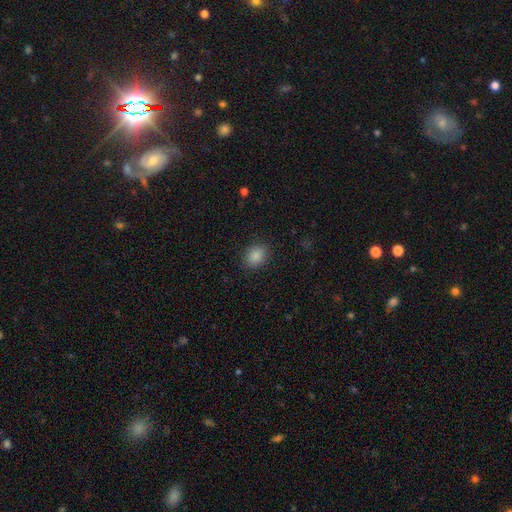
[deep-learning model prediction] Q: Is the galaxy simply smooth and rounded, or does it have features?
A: smooth — 87%.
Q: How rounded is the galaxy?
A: in between — 54%.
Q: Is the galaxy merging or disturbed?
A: none — 88%.